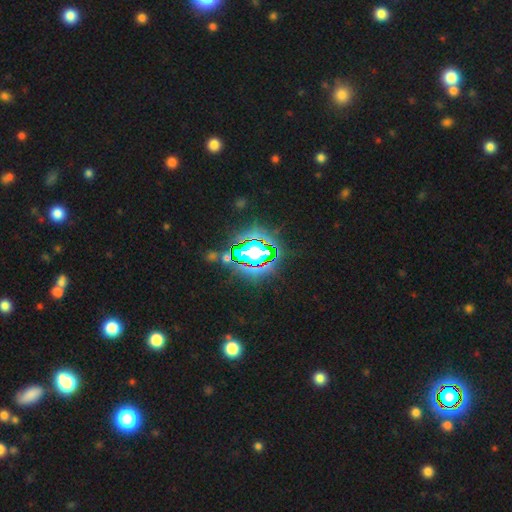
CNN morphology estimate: This is clearly a star or artifact rather than a galaxy (82%).